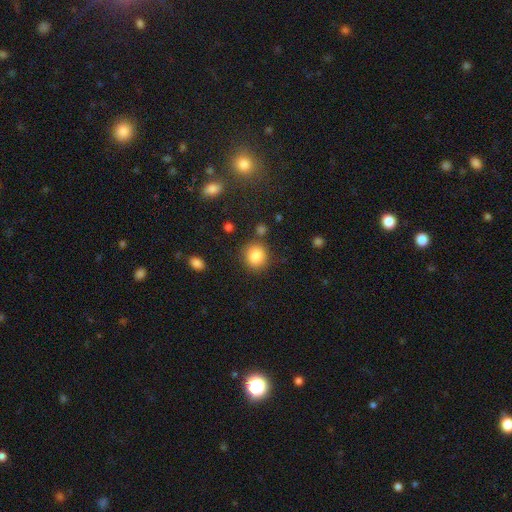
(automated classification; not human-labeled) Q: Smooth or featured?
A: smooth (86%); runner-up: star or artifact (9%)
Q: How rounded?
A: round (83%); runner-up: in between (16%)
Q: Merging?
A: none (80%); runner-up: minor disturbance (11%)